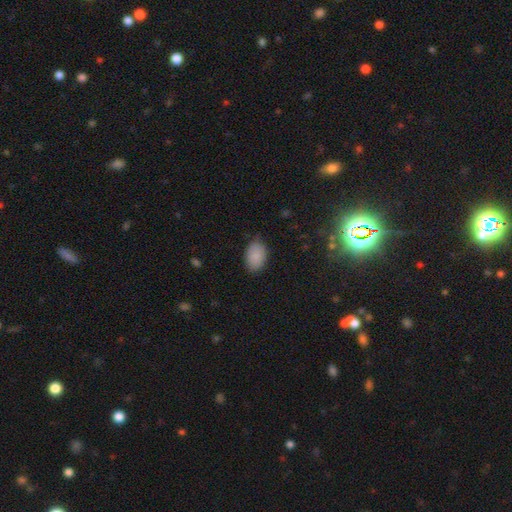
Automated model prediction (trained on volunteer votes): A smooth galaxy with no disk features (87%) that is in between round and cigar-shaped (89%). Merging: none (81%).